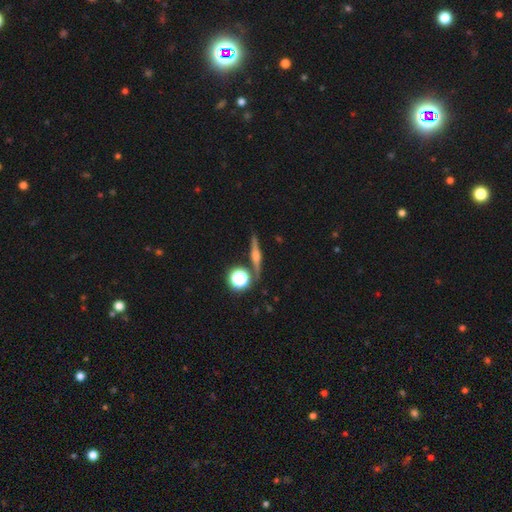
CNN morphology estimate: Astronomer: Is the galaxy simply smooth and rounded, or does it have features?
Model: featured or disk — 70%.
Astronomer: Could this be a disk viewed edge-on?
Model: yes — 96%.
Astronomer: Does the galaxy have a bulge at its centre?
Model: rounded — 85%.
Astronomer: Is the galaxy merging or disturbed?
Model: none — 85%.